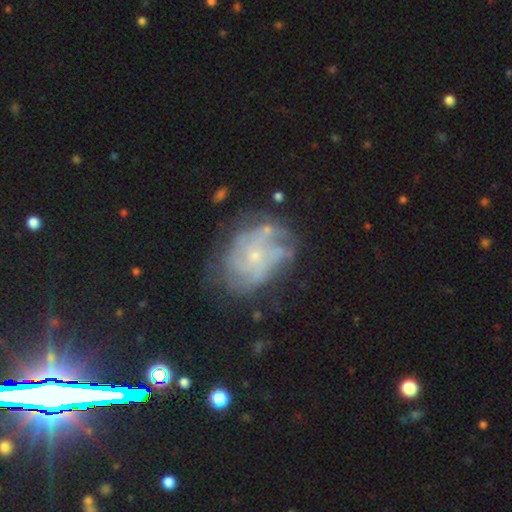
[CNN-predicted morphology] smooth-or-featured: featured or disk: 77% | smooth: 15% | star or artifact: 9%
  disk-edge-on: no: 98% | yes: 2%
    bar: no: 78% | weak: 19% | strong: 3%
    has-spiral-arms: yes: 83% | no: 17%
      spiral-winding: tight: 46% | medium: 38% | loose: 17%
      spiral-arm-count: can't tell: 42% | 4: 17% | 3: 17% | 2: 11% | more than 4: 7% | 1: 6%
    bulge-size: small: 78% | moderate: 16% | none: 4% | large: 1% | dominant: 1%
  merging: none: 57% | minor disturbance: 23% | major disturbance: 15% | merger: 4%